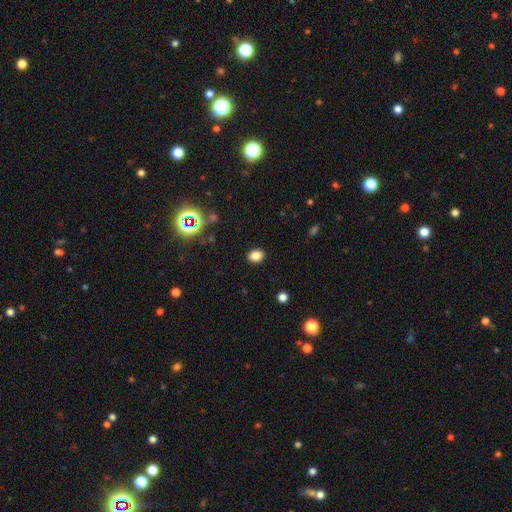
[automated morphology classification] Q: Smooth or featured?
A: smooth (83%); runner-up: star or artifact (12%)
Q: How rounded?
A: in between (66%); runner-up: round (33%)
Q: Merging?
A: none (89%); runner-up: minor disturbance (7%)